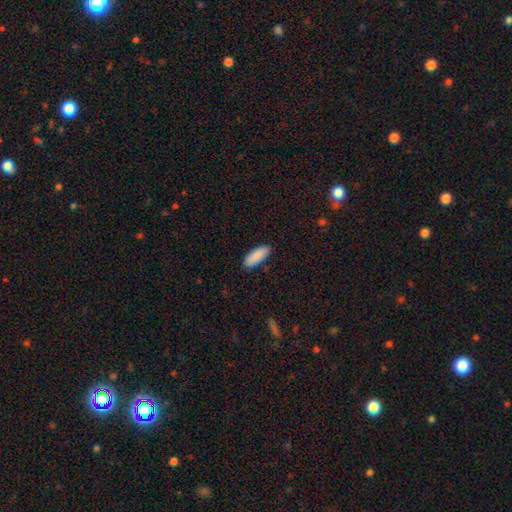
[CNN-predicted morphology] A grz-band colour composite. It shows a smooth galaxy with no disk features (89%) that is in between round and cigar-shaped (65%). Merging: none (89%).